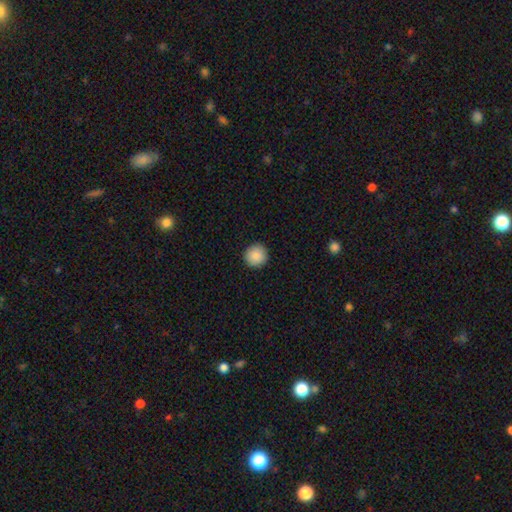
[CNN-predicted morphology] This appears to be a smooth galaxy with no disk features (89%) that is round (95%). Merging: none (93%).